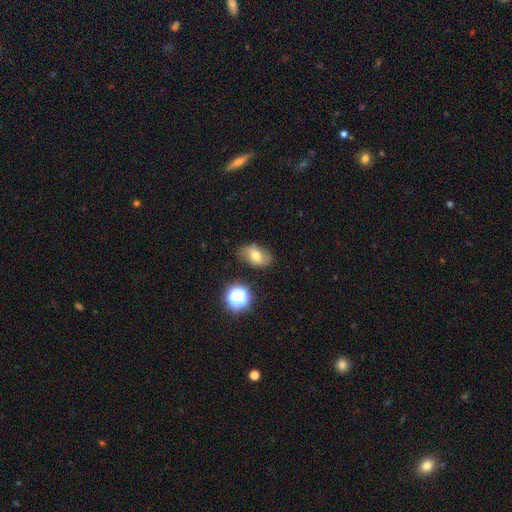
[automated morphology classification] Smooth or featured: smooth — 65% (featured or disk — 21%)
How rounded: in between — 85% (round — 13%)
Merging: none — 76% (minor disturbance — 17%)